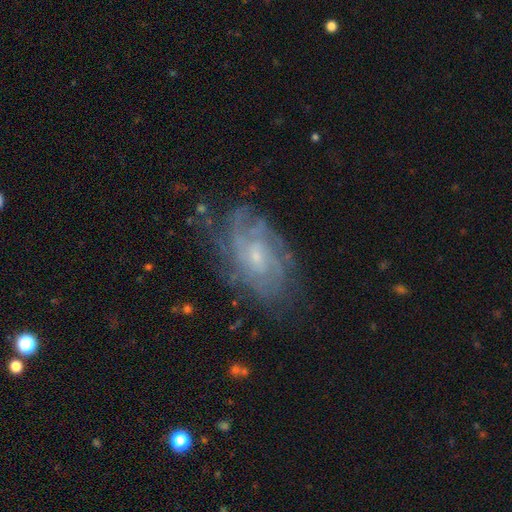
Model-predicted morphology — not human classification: A featured or disk galaxy (82%) with no bar (65%), tight (64%) spiral arms (94%) and a small central bulge (73%).

Vote fractions:
- Smooth or featured? featured or disk: 82% / smooth: 10% / star or artifact: 7%
- Edge-on disk? no: 96% / yes: 4%
- Bar? no: 65% / weak: 30% / strong: 5%
- Spiral arms? yes: 94% / no: 6%
- Spiral winding? tight: 64% / medium: 29% / loose: 7%
- Spiral arm count? can't tell: 43% / 4: 17% / 3: 13% / 2: 11% / more than 4: 10% / 1: 6%
- Bulge size? small: 73% / moderate: 21% / none: 4% / large: 1% / dominant: 1%
- Merging? none: 72% / minor disturbance: 19% / major disturbance: 8% / merger: 2%